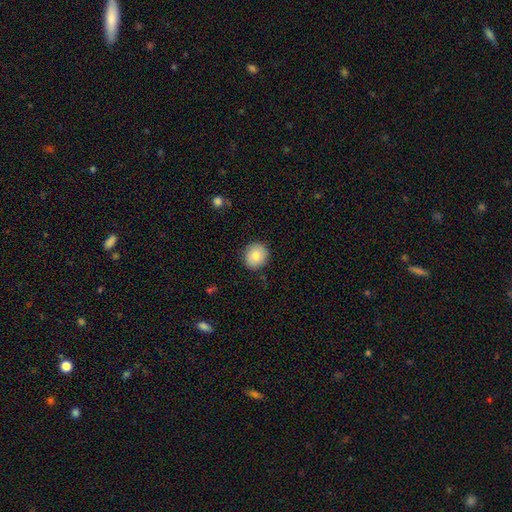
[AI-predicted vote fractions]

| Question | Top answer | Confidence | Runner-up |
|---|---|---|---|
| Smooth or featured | smooth | 83% | featured or disk (9%) |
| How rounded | round | 78% | in between (21%) |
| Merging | none | 88% | minor disturbance (9%) |